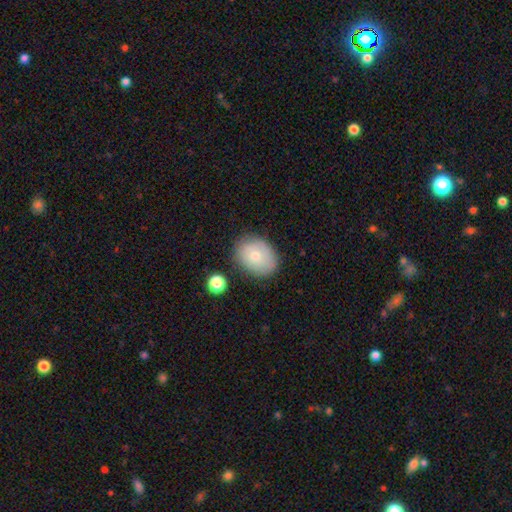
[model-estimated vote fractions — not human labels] Morphology: type=smooth (70%); roundness=in between (58%); merging=none (78%).